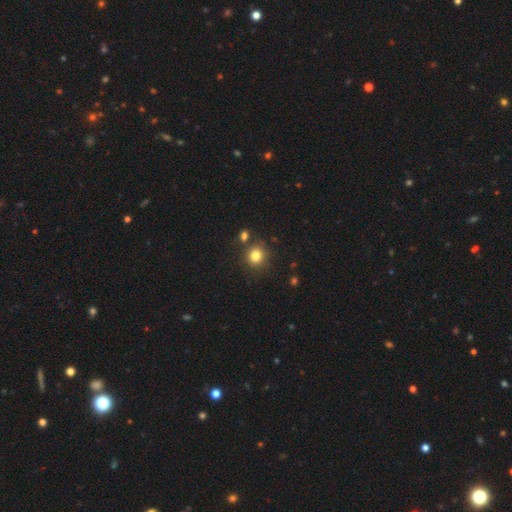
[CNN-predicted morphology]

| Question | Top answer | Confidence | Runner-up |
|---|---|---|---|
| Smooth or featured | smooth | 81% | star or artifact (13%) |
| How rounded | round | 88% | in between (11%) |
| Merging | none | 79% | minor disturbance (9%) |